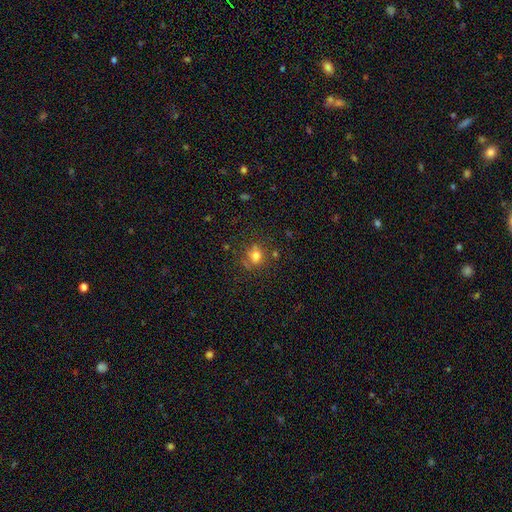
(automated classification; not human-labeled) The model was most divided on "how rounded": round: 68%, in between: 30%, cigar-shaped: 1%. More confident: smooth or featured — smooth (71%); merging — none (67%).